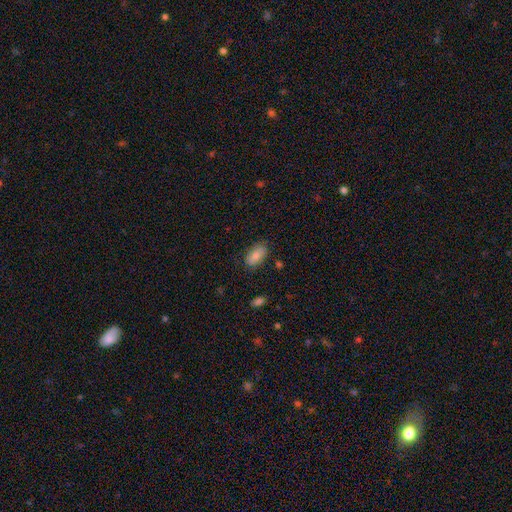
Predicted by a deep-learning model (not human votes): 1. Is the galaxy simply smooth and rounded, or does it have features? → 84% smooth, 9% featured or disk, 7% star or artifact.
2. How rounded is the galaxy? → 92% in between, 5% cigar-shaped, 3% round.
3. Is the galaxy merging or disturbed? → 80% none, 15% minor disturbance, 4% major disturbance, 2% merger.